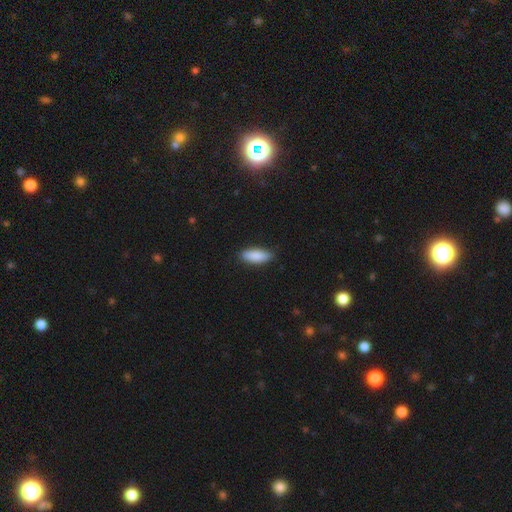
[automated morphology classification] This appears to be a smooth galaxy with no disk features (88%) that is in between round and cigar-shaped (69%). Merging: none (87%).